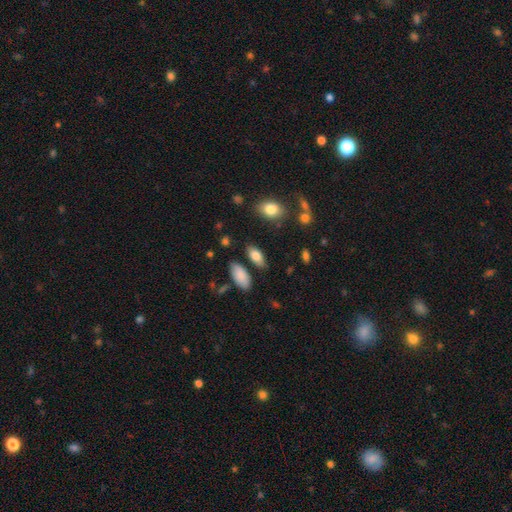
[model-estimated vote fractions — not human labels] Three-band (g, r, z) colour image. It shows a smooth galaxy with no disk features (83%) that is in between round and cigar-shaped (85%). Merging: none (79%).